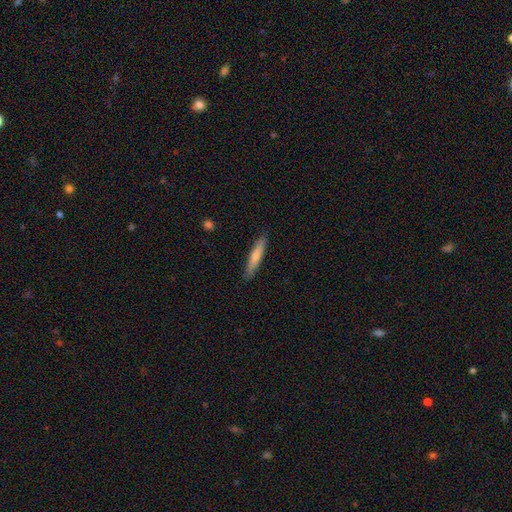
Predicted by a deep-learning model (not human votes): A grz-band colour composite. It shows a smooth galaxy with no disk features (71%) that is cigar-shaped (91%). Merging: none (88%).